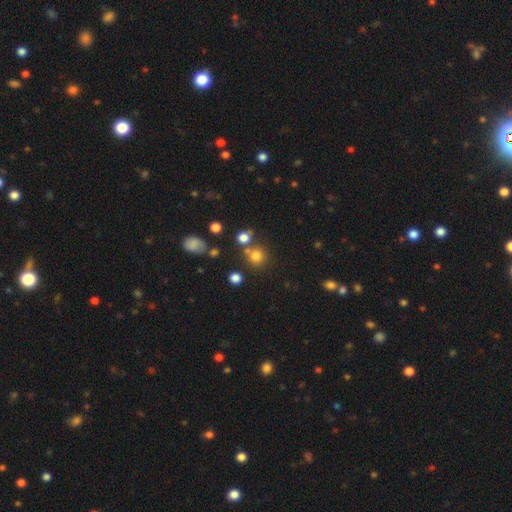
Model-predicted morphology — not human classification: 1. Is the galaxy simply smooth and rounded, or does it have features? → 76% smooth, 17% star or artifact, 7% featured or disk.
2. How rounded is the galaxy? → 89% round, 10% in between, 1% cigar-shaped.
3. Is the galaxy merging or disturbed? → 68% none, 18% merger, 9% minor disturbance, 4% major disturbance.